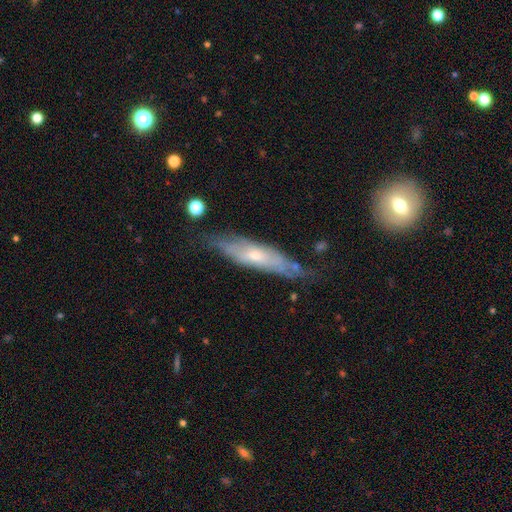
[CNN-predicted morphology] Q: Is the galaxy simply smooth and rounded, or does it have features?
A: featured or disk — 59%.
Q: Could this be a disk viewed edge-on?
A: no — 53%.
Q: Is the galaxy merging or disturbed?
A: none — 60%.